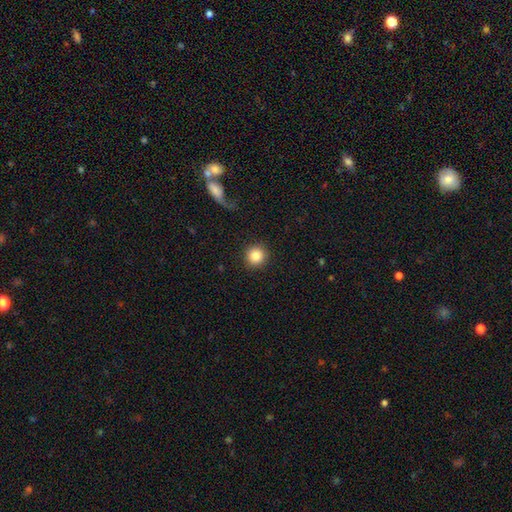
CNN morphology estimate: A smooth galaxy with no disk features (85%) that is round (93%).

Vote fractions:
- Smooth or featured? smooth: 85% / star or artifact: 9% / featured or disk: 6%
- How rounded? round: 93% / in between: 6% / cigar-shaped: 1%
- Merging? none: 90% / minor disturbance: 6% / major disturbance: 3% / merger: 2%